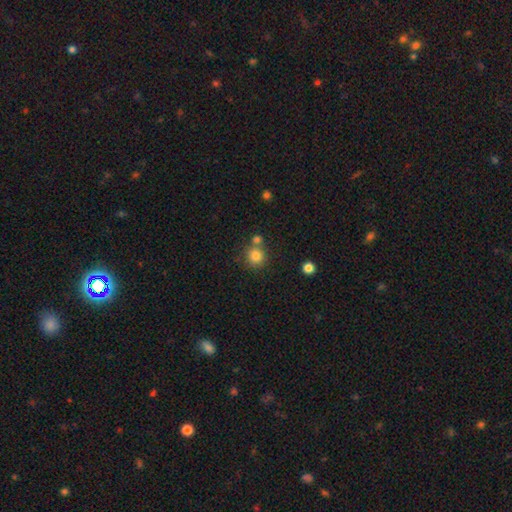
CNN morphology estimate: This is clearly a smooth galaxy (81%). How rounded: clearly round (91%). Merging: likely none (66%).